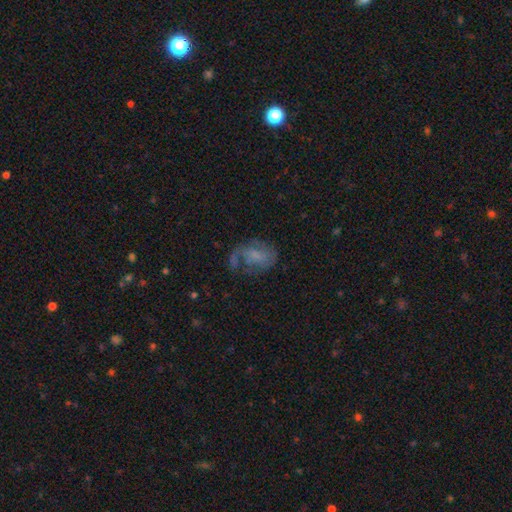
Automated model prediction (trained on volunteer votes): Overall: featured or disk (55%; smooth 33%). Edge-on disk: no (97%). Bar: no (59%; weak 34%). Spiral arms: yes (67%; no 33%). Bulge size: none (41%; small 32%). Merging: none (40%; major disturbance 32%).